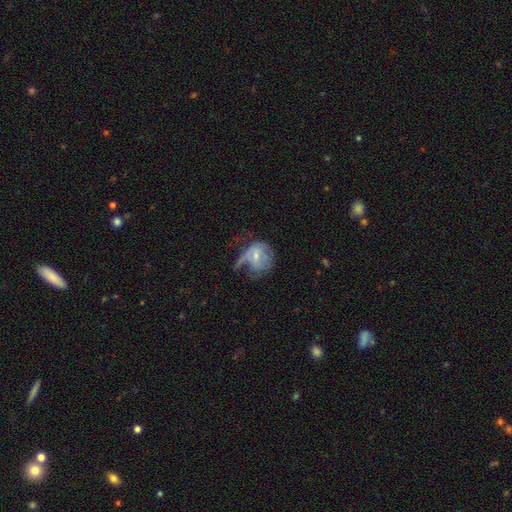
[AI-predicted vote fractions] Smooth or featured?
  - featured or disk: 53% *
  - smooth: 39%
  - star or artifact: 9%
Edge-on disk?
  - no: 96% *
  - yes: 4%
Bar?
  - no: 51% *
  - weak: 38%
  - strong: 11%
Spiral arms?
  - yes: 52% *
  - no: 48%
Bulge size?
  - small: 53% *
  - moderate: 37%
  - none: 6%
  - large: 2%
  - dominant: 1%
Merging?
  - major disturbance: 43% *
  - none: 29%
  - minor disturbance: 23%
  - merger: 6%